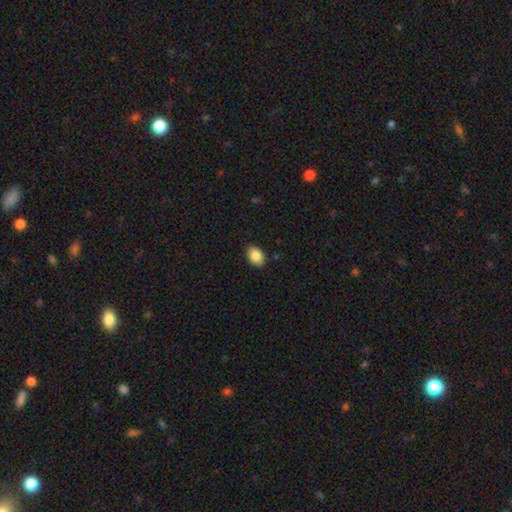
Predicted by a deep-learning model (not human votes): A smooth galaxy with no disk features (87%) that is in between round and cigar-shaped (83%). Merging: none (87%).